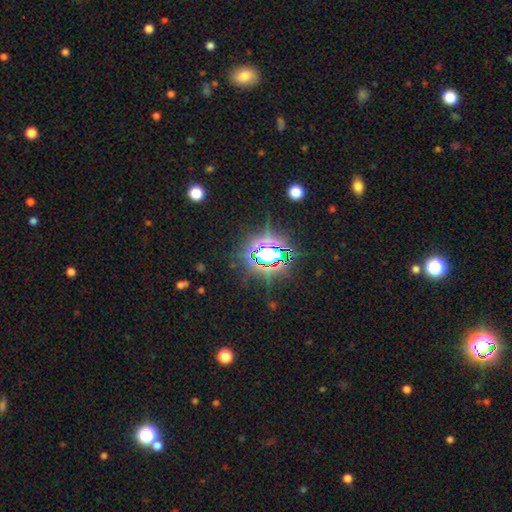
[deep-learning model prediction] Smooth or featured?
  - star or artifact: 80% *
  - smooth: 12%
  - featured or disk: 8%